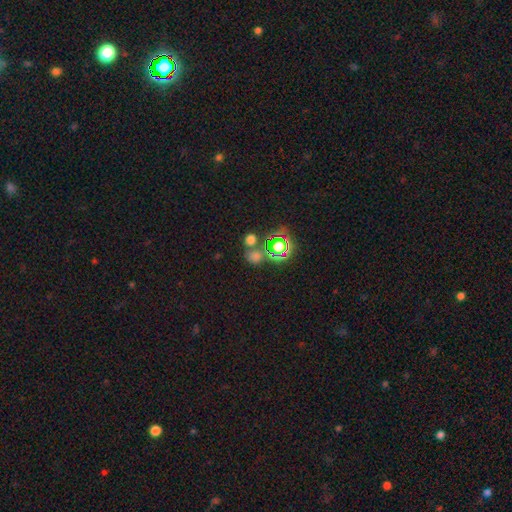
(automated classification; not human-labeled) Smooth or featured: smooth — 52% (star or artifact — 41%)
How rounded: round — 77% (in between — 22%)
Merging: none — 61% (merger — 26%)